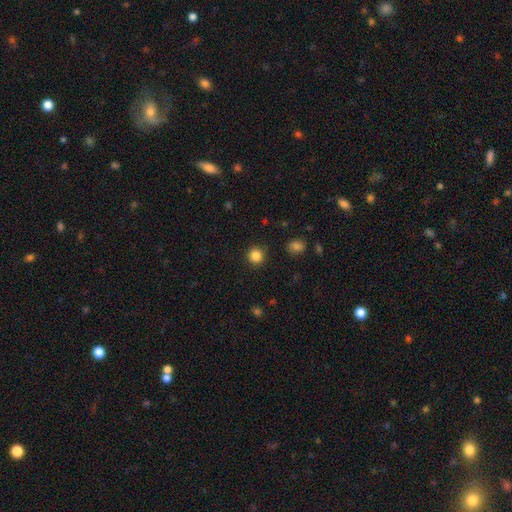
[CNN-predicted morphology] Q: Smooth or featured?
A: smooth (85%); runner-up: star or artifact (11%)
Q: How rounded?
A: round (93%); runner-up: in between (6%)
Q: Merging?
A: none (89%); runner-up: minor disturbance (7%)